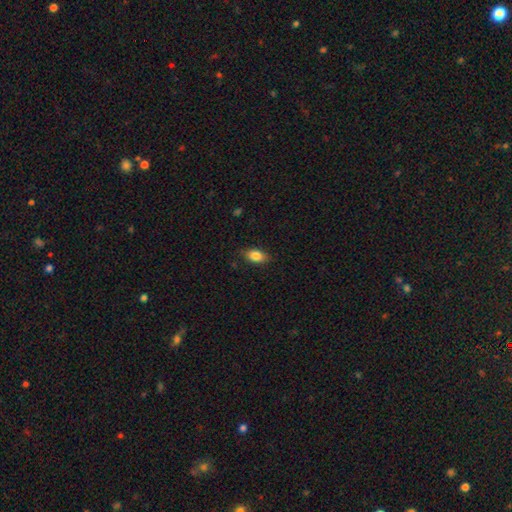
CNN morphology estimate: smooth_or_featured: smooth (p=0.85) [alt: star or artifact p=0.08]
how_rounded: in between (p=0.87) [alt: round p=0.09]
merging: none (p=0.83) [alt: minor disturbance p=0.13]